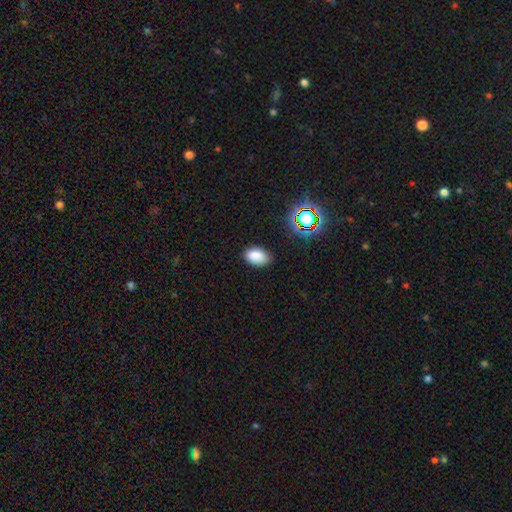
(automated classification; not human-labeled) Q: Smooth or featured?
A: smooth (82%); runner-up: star or artifact (12%)
Q: How rounded?
A: in between (90%); runner-up: round (9%)
Q: Merging?
A: none (82%); runner-up: minor disturbance (14%)